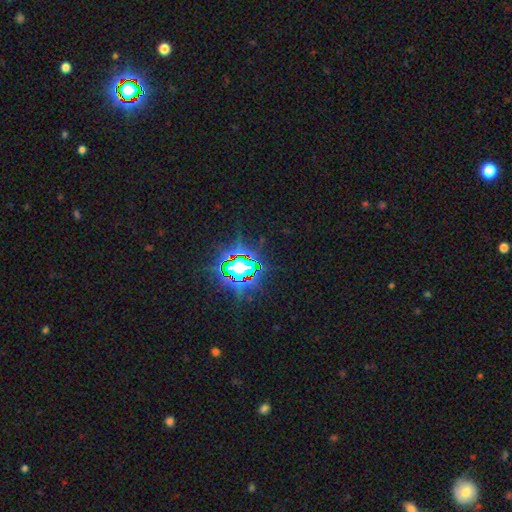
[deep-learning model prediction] smooth_or_featured: star or artifact (p=0.85) [alt: smooth p=0.09]